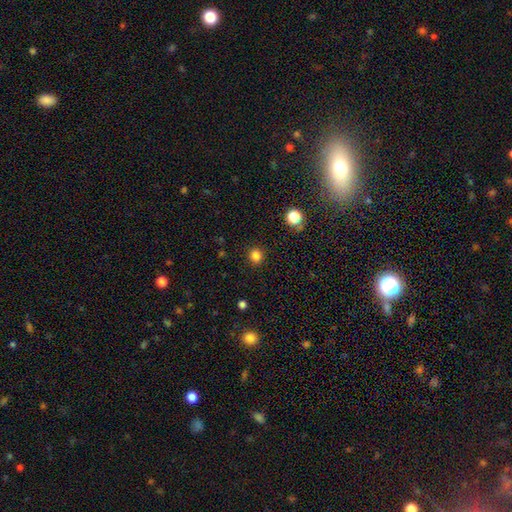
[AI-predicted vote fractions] This appears to be a smooth galaxy with no disk features (83%) that is round (91%). Merging: none (91%).